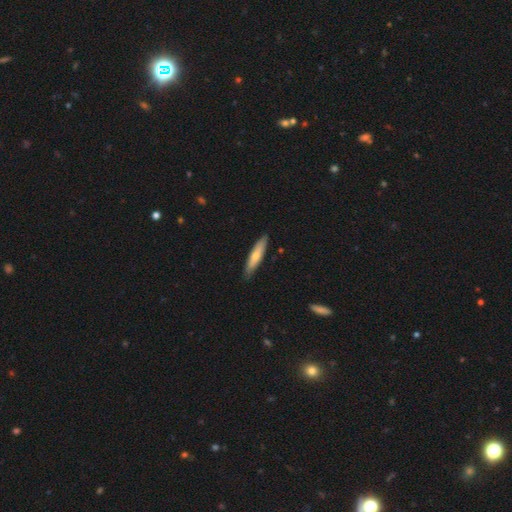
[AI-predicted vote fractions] A smooth galaxy with no disk features (64%) that is cigar-shaped (82%). Merging: none (86%).